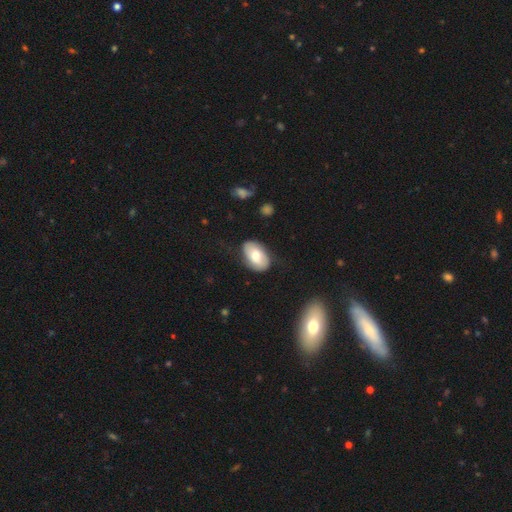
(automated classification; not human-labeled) This appears to be a smooth galaxy with no disk features (66%) that is in between round and cigar-shaped (91%). Merging: none (74%).